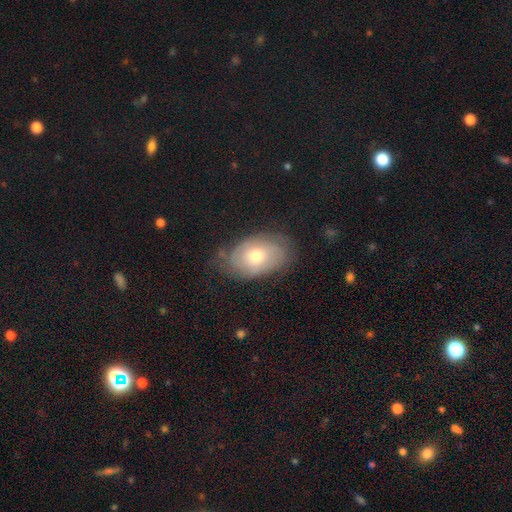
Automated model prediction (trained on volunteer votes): Smooth or featured?
  - featured or disk: 48% *
  - smooth: 43%
  - star or artifact: 9%
Merging?
  - none: 69% *
  - minor disturbance: 23%
  - major disturbance: 7%
  - merger: 1%